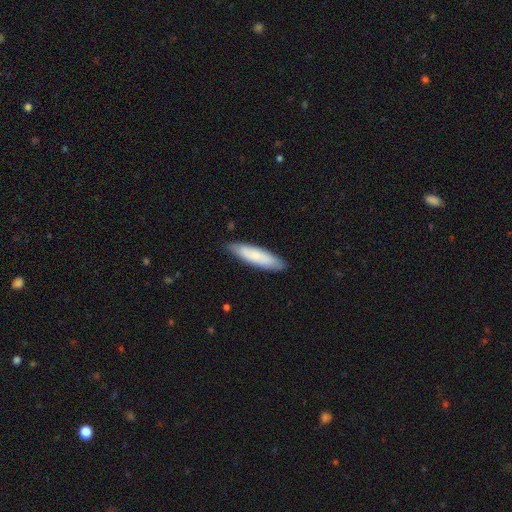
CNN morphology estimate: A smooth galaxy with no disk features (77%) that is cigar-shaped (74%). Merging: none (86%).